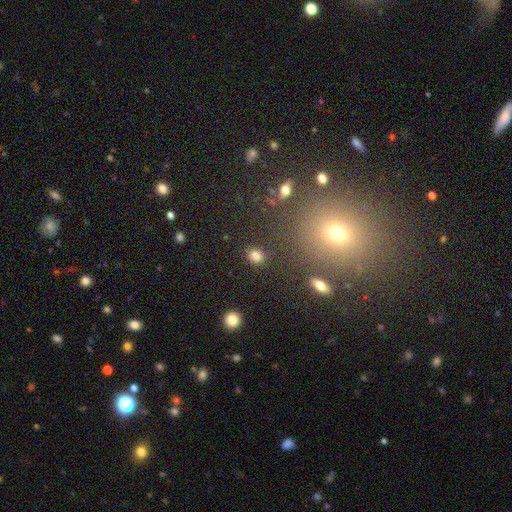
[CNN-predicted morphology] Smooth or featured? Predicted: smooth (p=0.82). How rounded? Predicted: round (p=0.53). Merging? Predicted: none (p=0.87).